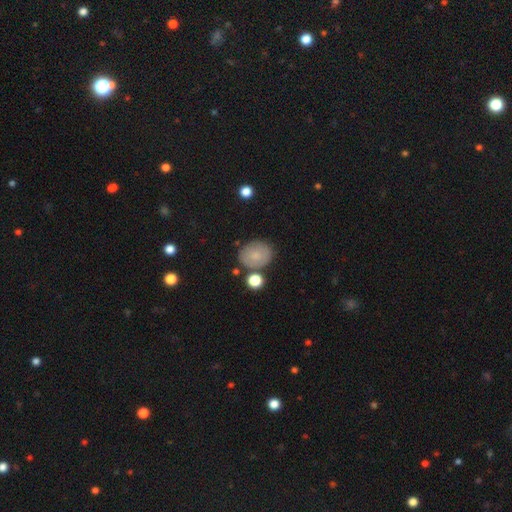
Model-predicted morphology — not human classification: Smooth or featured? Predicted: smooth (p=0.77). How rounded? Predicted: round (p=0.53). Merging? Predicted: none (p=0.74).